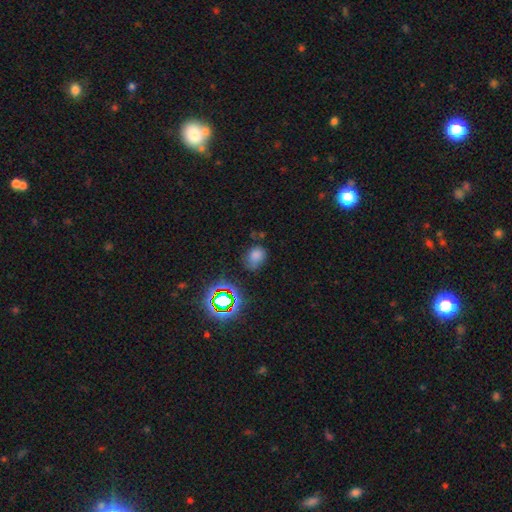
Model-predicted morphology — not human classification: This is likely a smooth galaxy (70%). How rounded: possibly in between (55%). Merging: possibly none (60%).